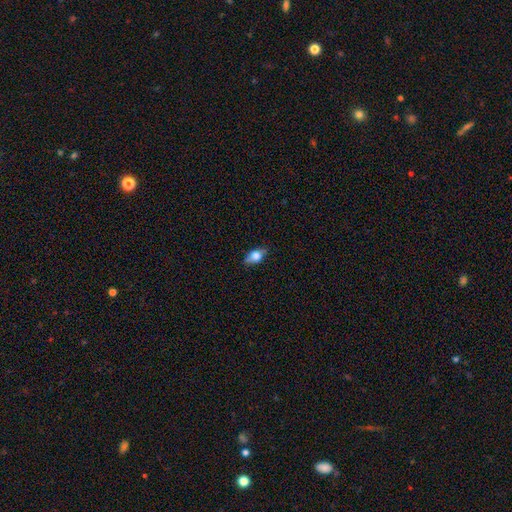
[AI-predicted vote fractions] A smooth galaxy with no disk features (64%) that is in between round and cigar-shaped (80%). Merging: none (80%).